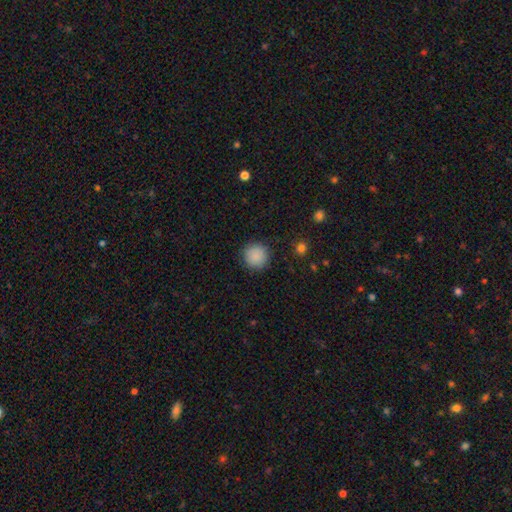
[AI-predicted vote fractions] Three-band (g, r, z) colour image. It shows a smooth galaxy with no disk features (88%) that is round (94%). Merging: none (90%).